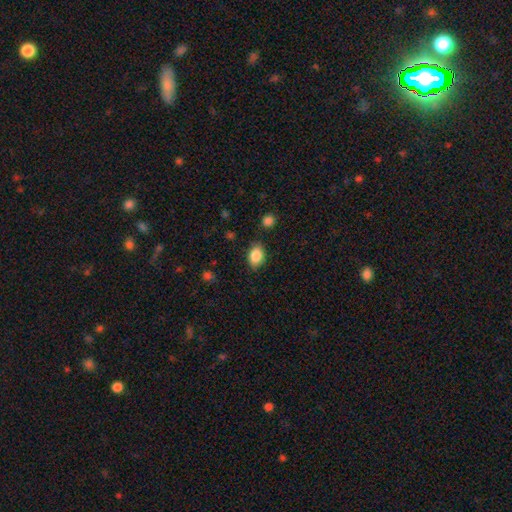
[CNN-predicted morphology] smooth 87%, star or artifact 8%, featured or disk 5%. Down the decision tree: how rounded — in between (80%); merging — none (79%).